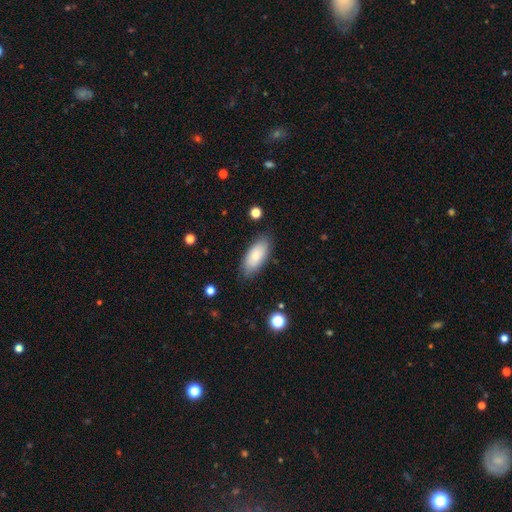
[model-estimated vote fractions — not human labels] smooth 81%, featured or disk 12%, star or artifact 6%. Down the decision tree: how rounded — in between (88%); merging — none (81%).